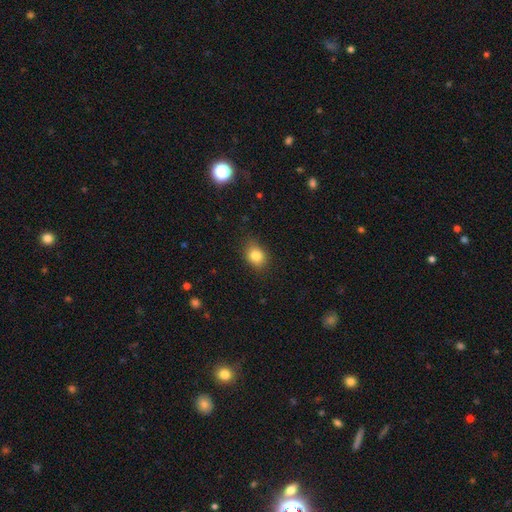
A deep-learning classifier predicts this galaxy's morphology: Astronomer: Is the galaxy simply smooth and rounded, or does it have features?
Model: smooth — 83%.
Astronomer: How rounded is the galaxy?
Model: in between — 54% (runner-up: round, 45%).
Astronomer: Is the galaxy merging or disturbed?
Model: none — 81%.